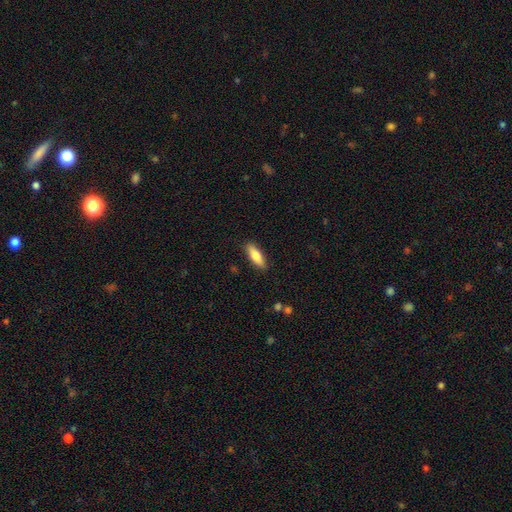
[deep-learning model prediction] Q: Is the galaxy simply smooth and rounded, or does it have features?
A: smooth — 78%.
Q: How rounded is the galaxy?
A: in between — 54%.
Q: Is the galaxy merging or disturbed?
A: none — 88%.